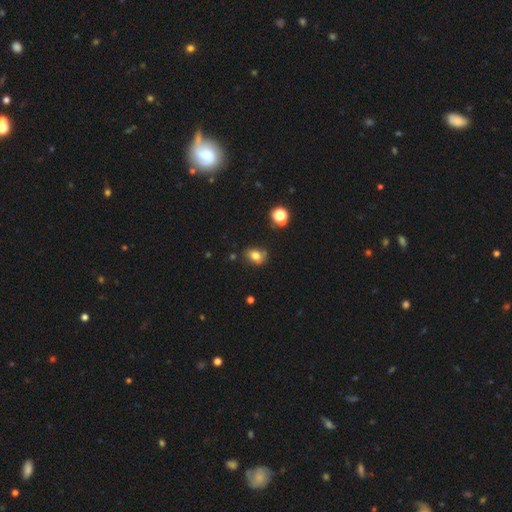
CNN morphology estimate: Smooth or featured?
  - smooth: 78% *
  - star or artifact: 13%
  - featured or disk: 9%
How rounded?
  - in between: 59% *
  - round: 40%
  - cigar-shaped: 1%
Merging?
  - none: 73% *
  - minor disturbance: 18%
  - merger: 6%
  - major disturbance: 4%